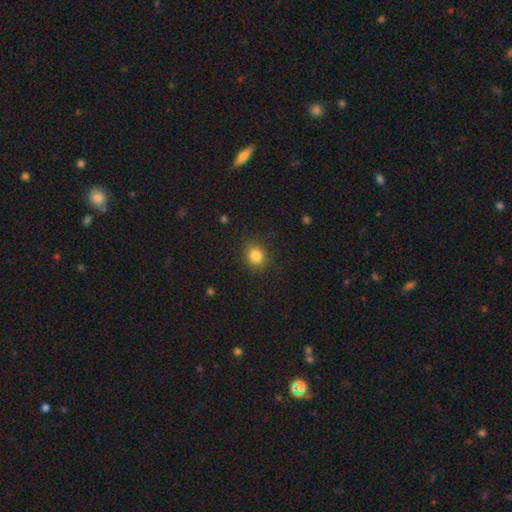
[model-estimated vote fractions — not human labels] smooth_or_featured: smooth (p=0.84) [alt: star or artifact p=0.11]
how_rounded: round (p=0.74) [alt: in between p=0.25]
merging: none (p=0.88) [alt: minor disturbance p=0.09]